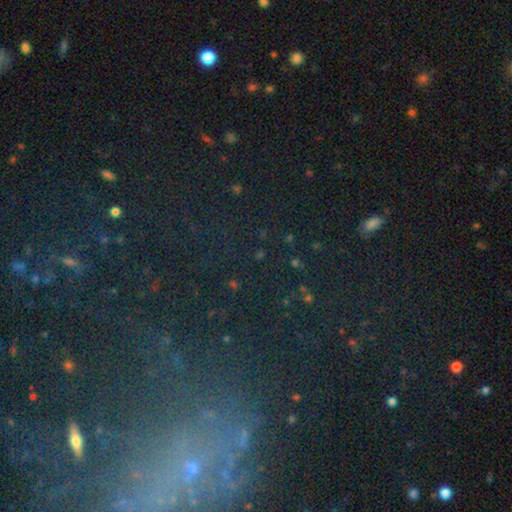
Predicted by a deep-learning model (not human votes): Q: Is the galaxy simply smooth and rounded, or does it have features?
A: star or artifact — 71%.